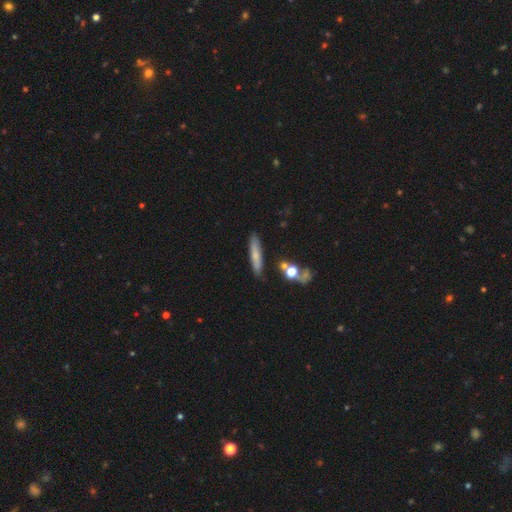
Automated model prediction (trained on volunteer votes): This is likely a smooth galaxy (67%). How rounded: clearly cigar-shaped (86%). Merging: clearly none (81%).